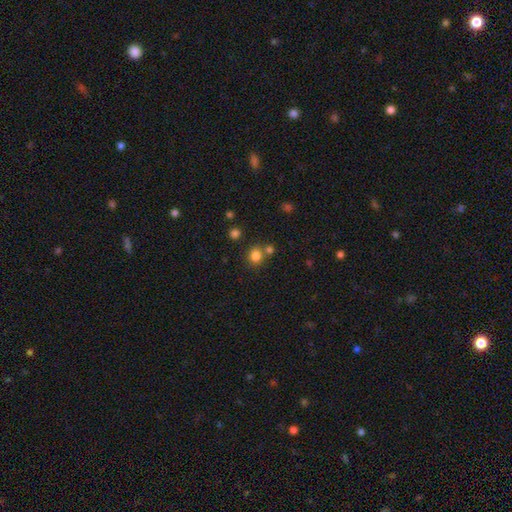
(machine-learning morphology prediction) Smooth or featured? smooth (81%)
How rounded? round (83%)
Merging? none (68%)